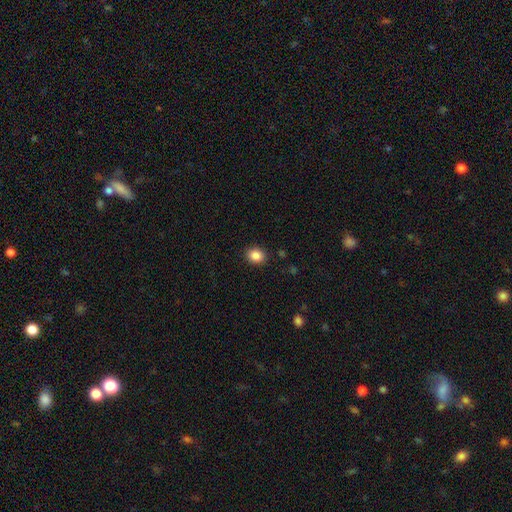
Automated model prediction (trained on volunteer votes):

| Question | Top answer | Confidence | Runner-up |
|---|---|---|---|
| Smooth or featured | smooth | 87% | star or artifact (9%) |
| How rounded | round | 60% | in between (40%) |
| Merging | none | 90% | minor disturbance (7%) |